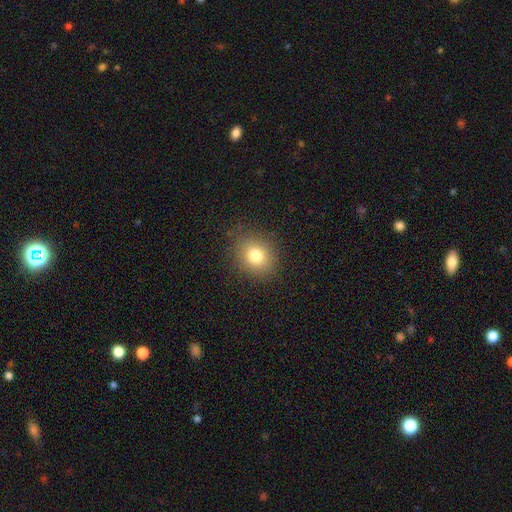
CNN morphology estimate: smooth 78%, star or artifact 12%, featured or disk 9%. Down the decision tree: how rounded — round (65%); merging — none (85%).